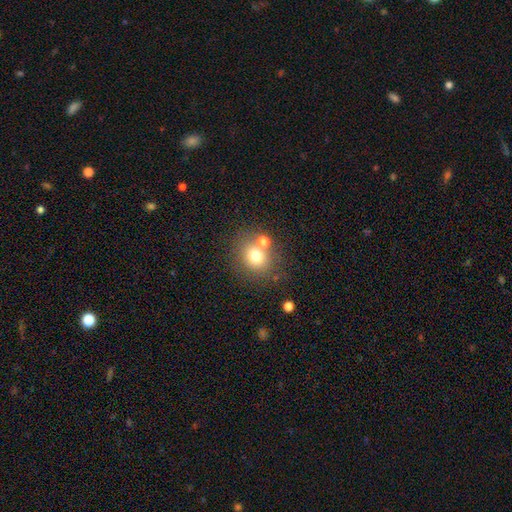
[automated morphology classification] A smooth galaxy with no disk features (73%) that is round (78%).

Vote fractions:
- Smooth or featured? smooth: 73% / star or artifact: 14% / featured or disk: 13%
- How rounded? round: 78% / in between: 21% / cigar-shaped: 1%
- Merging? none: 68% / merger: 18% / minor disturbance: 10% / major disturbance: 4%